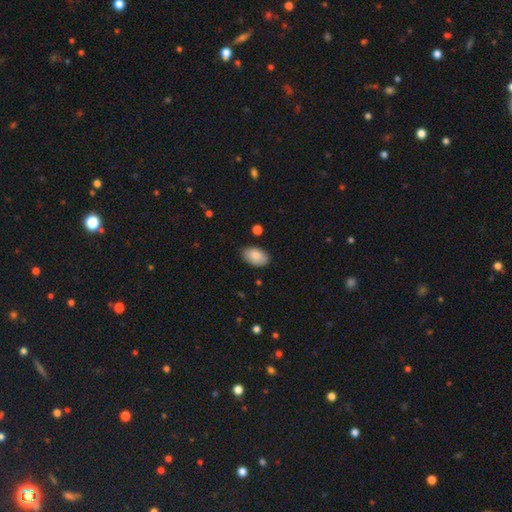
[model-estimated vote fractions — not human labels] Smooth or featured? smooth (88%)
How rounded? in between (94%)
Merging? none (84%)